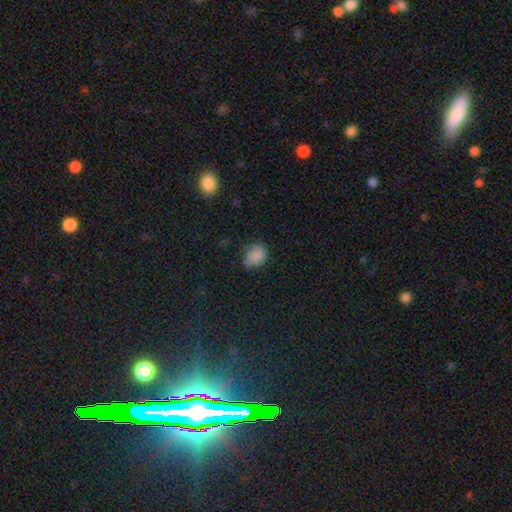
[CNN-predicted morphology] Smooth or featured? smooth (83%)
How rounded? in between (56%)
Merging? none (57%)